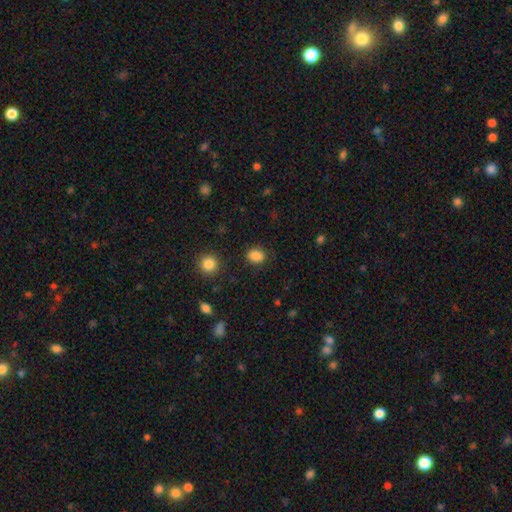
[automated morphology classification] smooth-or-featured: smooth: 86% | star or artifact: 10% | featured or disk: 4%
  how-rounded: in between: 51% | round: 48% | cigar-shaped: 1%
  merging: none: 85% | minor disturbance: 10% | major disturbance: 3% | merger: 2%